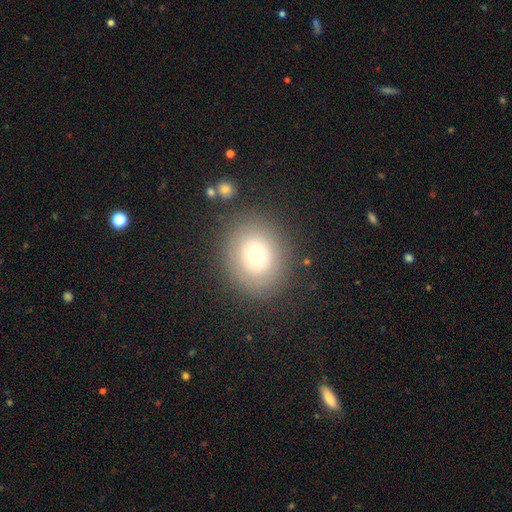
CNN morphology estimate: type=smooth (69%); roundness=round (74%); merging=none (84%).